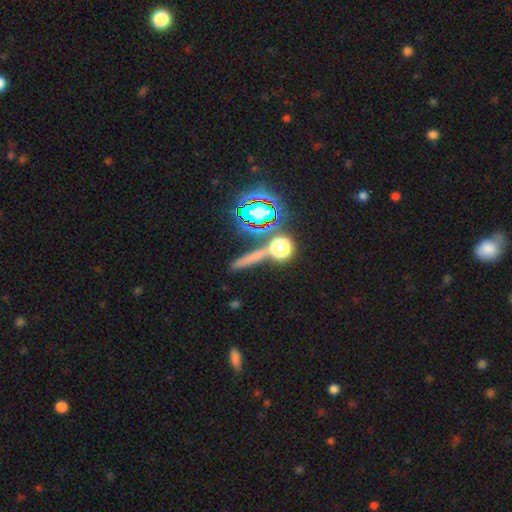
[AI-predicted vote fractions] Morphology: type=star or artifact (45%).